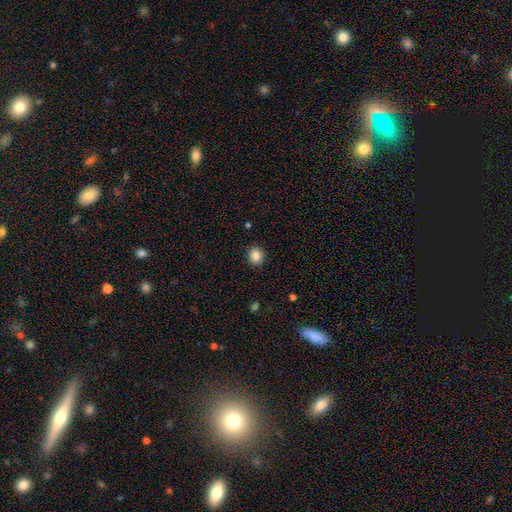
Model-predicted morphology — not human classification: smooth_or_featured: smooth (p=0.86) [alt: star or artifact p=0.10]
how_rounded: round (p=0.78) [alt: in between p=0.21]
merging: none (p=0.91) [alt: minor disturbance p=0.06]